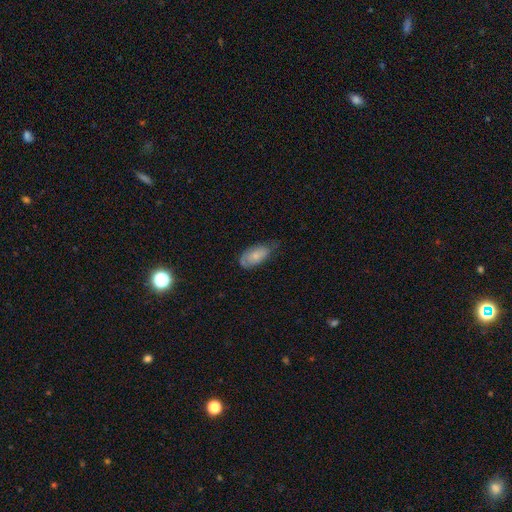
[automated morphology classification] A smooth galaxy with no disk features (71%) that is in between round and cigar-shaped (92%). Merging: none (51%).